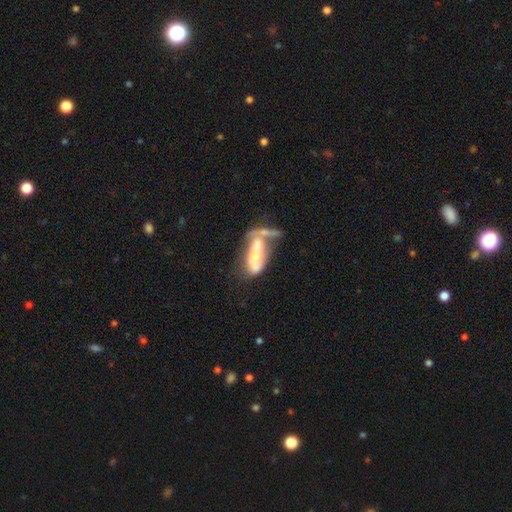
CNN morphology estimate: smooth-or-featured: smooth: 49% | featured or disk: 43% | star or artifact: 8%
  merging: merger: 47% | major disturbance: 24% | none: 16% | minor disturbance: 13%